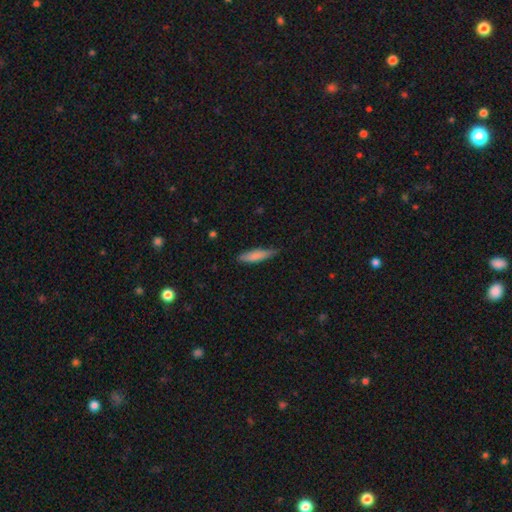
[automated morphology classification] This is likely a smooth galaxy (79%). How rounded: likely cigar-shaped (72%). Merging: likely none (70%).